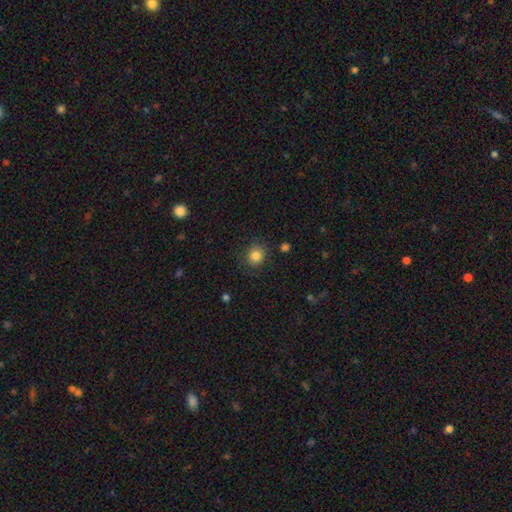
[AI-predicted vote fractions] Smooth or featured: smooth — 83% (star or artifact — 11%)
How rounded: round — 81% (in between — 18%)
Merging: none — 84% (minor disturbance — 11%)